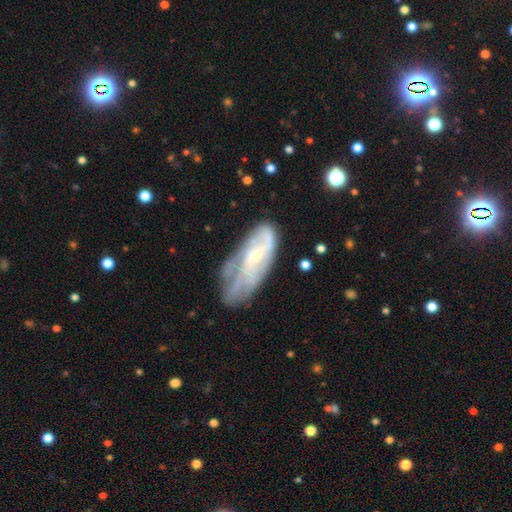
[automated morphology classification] Smooth or featured? Predicted: featured or disk (p=0.63). Edge-on disk? Predicted: no (p=0.90). Bar? Predicted: no (p=0.64). Spiral arms? Predicted: yes (p=0.68). Bulge size? Predicted: small (p=0.65). Merging? Predicted: none (p=0.45).